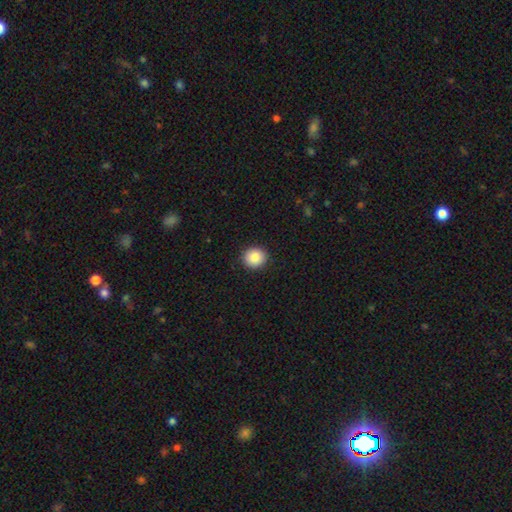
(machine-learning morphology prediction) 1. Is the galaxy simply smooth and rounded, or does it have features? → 87% smooth, 8% star or artifact, 5% featured or disk.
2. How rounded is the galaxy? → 86% round, 13% in between, 1% cigar-shaped.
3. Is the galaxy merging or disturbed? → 92% none, 5% minor disturbance, 2% major disturbance, 1% merger.